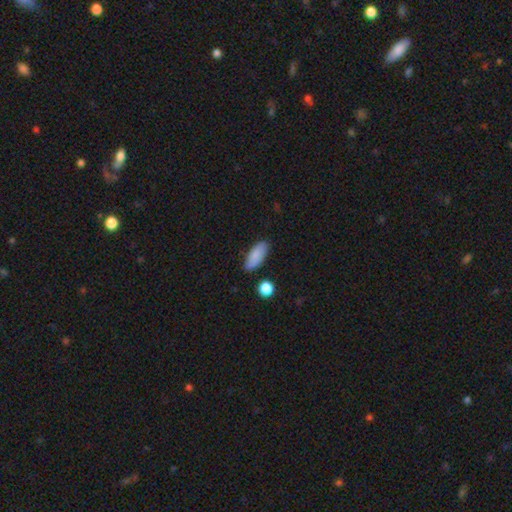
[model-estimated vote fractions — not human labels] Overall: smooth (83%). How rounded: in between (82%). Merging: none (79%).